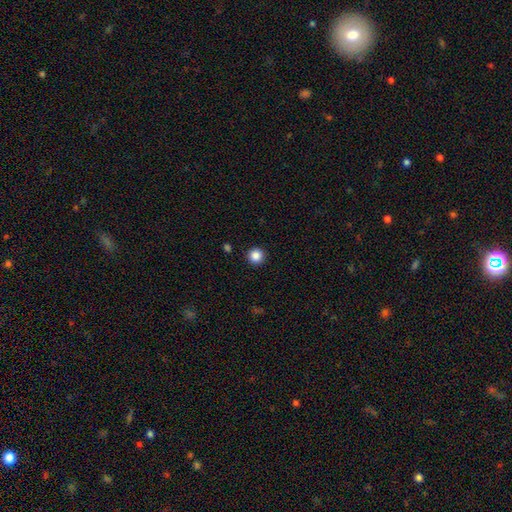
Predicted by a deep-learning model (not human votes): Q: Smooth or featured?
A: smooth (86%); runner-up: star or artifact (10%)
Q: How rounded?
A: round (95%); runner-up: in between (4%)
Q: Merging?
A: none (92%); runner-up: minor disturbance (5%)